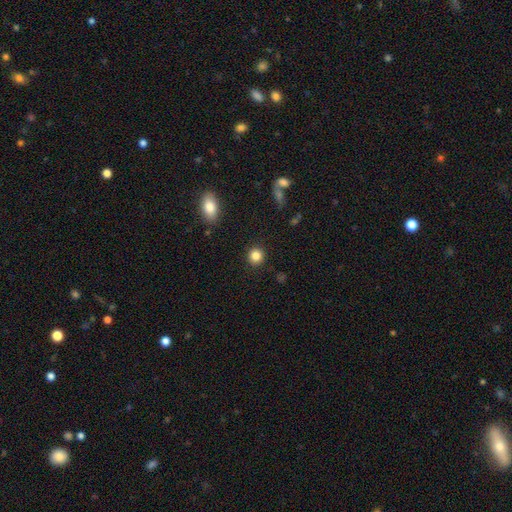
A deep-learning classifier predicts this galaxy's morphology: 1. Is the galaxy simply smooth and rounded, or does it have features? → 85% smooth, 10% star or artifact, 5% featured or disk.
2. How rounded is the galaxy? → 90% round, 9% in between, 1% cigar-shaped.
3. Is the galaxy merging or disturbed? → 91% none, 6% minor disturbance, 2% major disturbance, 1% merger.